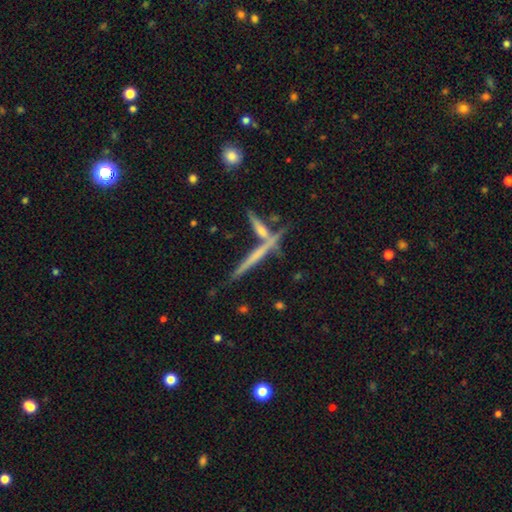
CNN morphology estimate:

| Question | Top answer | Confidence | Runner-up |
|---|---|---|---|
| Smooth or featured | featured or disk | 58% | smooth (34%) |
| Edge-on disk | yes | 96% | no (4%) |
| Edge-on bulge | none | 73% | rounded (19%) |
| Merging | none | 67% | merger (21%) |